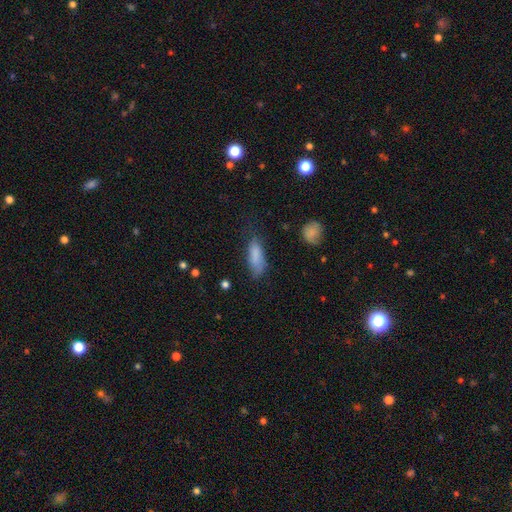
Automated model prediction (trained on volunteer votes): smooth_or_featured: smooth (p=0.82) [alt: featured or disk p=0.10]
how_rounded: in between (p=0.66) [alt: cigar-shaped p=0.32]
merging: none (p=0.56) [alt: minor disturbance p=0.29]